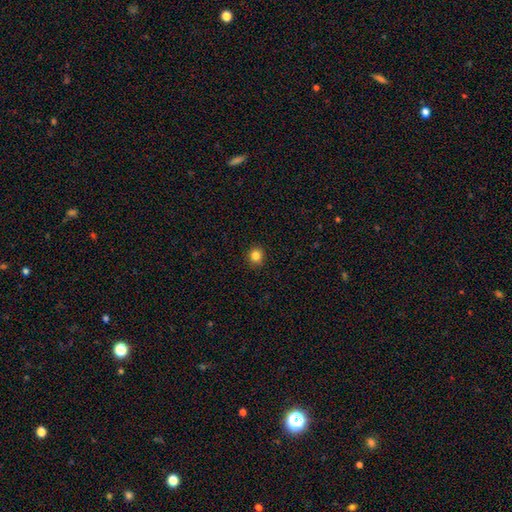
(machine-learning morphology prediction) Smooth or featured? Predicted: smooth (p=0.84). How rounded? Predicted: round (p=0.87). Merging? Predicted: none (p=0.91).